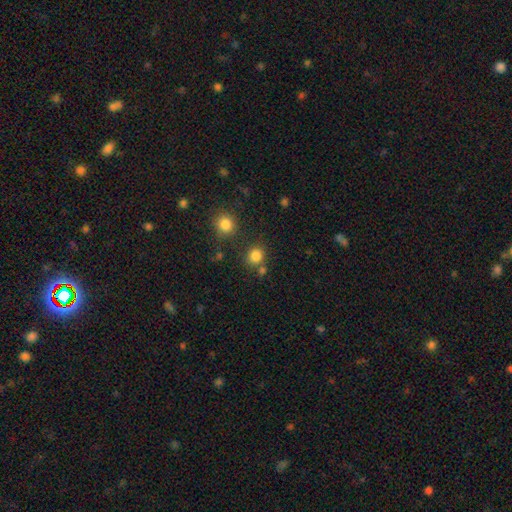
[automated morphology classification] Smooth or featured: smooth — 83% (star or artifact — 13%)
How rounded: round — 81% (in between — 18%)
Merging: none — 75% (merger — 12%)